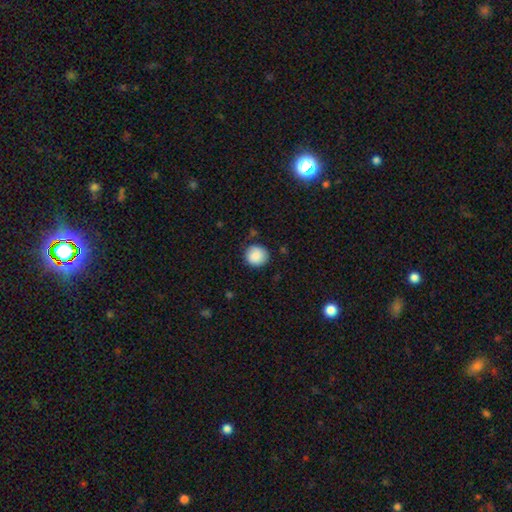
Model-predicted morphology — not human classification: Smooth or featured: smooth — 88% (star or artifact — 8%)
How rounded: round — 91% (in between — 8%)
Merging: none — 81% (minor disturbance — 14%)